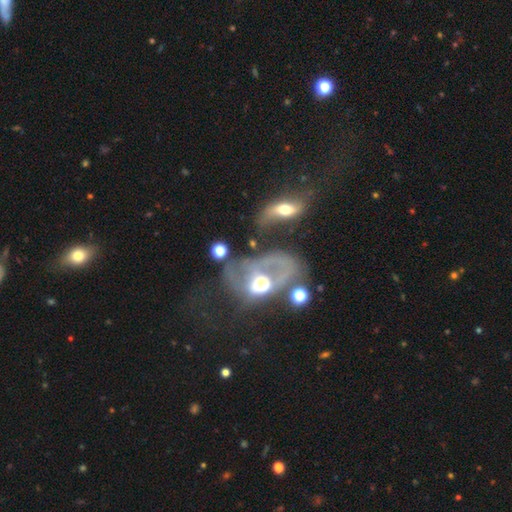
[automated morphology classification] Overall: featured or disk (63%). Edge-on disk: no (93%). Bar: no (75%). Spiral arms: yes (52%; no 48%). Bulge size: moderate (58%). Merging: merger (55%; major disturbance 23%).